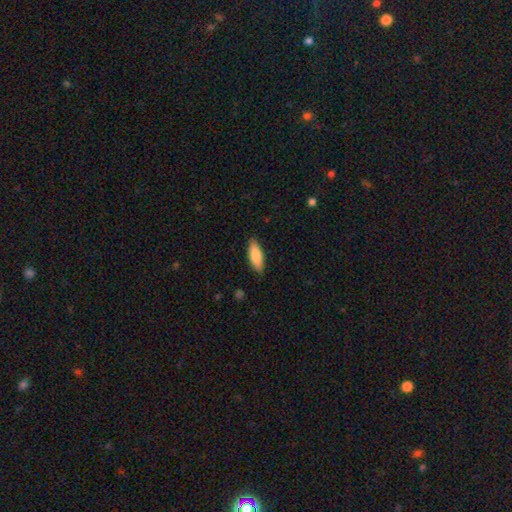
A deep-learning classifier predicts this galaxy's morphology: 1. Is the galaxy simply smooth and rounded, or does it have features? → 85% smooth, 10% featured or disk, 6% star or artifact.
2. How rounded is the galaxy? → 68% in between, 30% cigar-shaped, 2% round.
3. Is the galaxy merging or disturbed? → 86% none, 11% minor disturbance, 2% major disturbance, 1% merger.